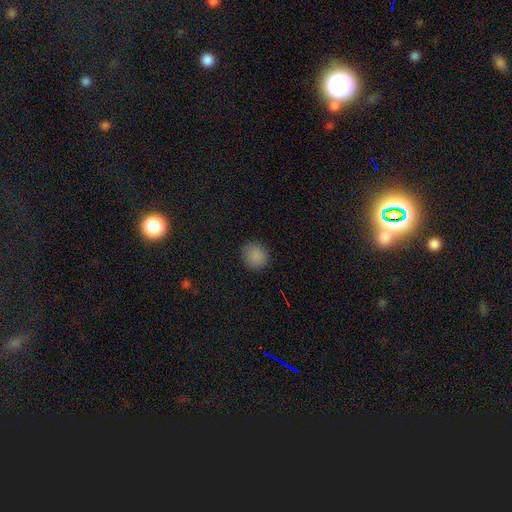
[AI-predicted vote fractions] smooth 86%, star or artifact 11%, featured or disk 4%. Down the decision tree: how rounded — round (80%); merging — none (86%).